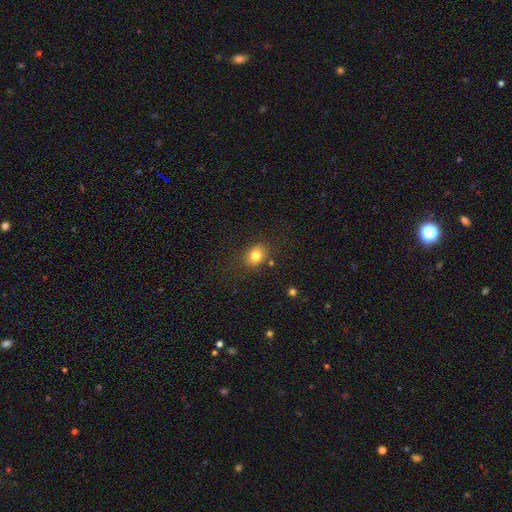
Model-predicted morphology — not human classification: The model was most divided on "how rounded": round: 52%, in between: 47%, cigar-shaped: 1%. More confident: merging — none (80%); smooth or featured — smooth (80%).